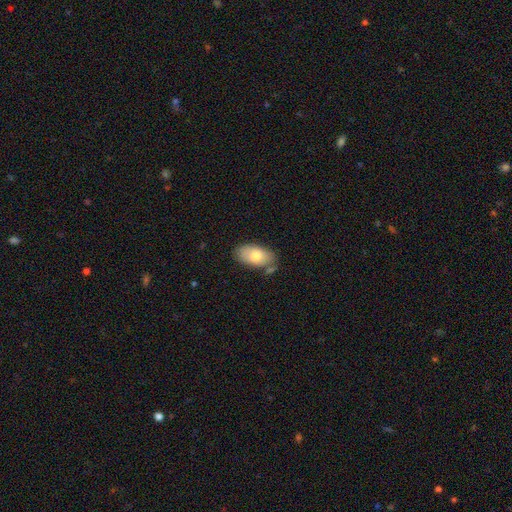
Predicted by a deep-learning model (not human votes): Smooth or featured? Predicted: smooth (p=0.77). How rounded? Predicted: in between (p=0.94). Merging? Predicted: none (p=0.71).